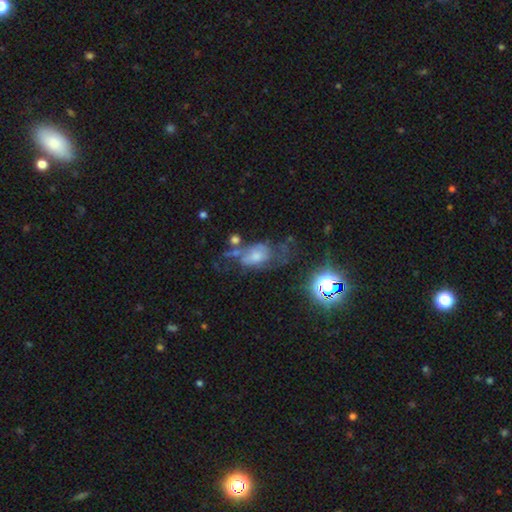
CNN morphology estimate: Smooth or featured?
  - featured or disk: 48% *
  - smooth: 38%
  - star or artifact: 15%
Merging?
  - major disturbance: 41% *
  - none: 23%
  - minor disturbance: 20%
  - merger: 15%